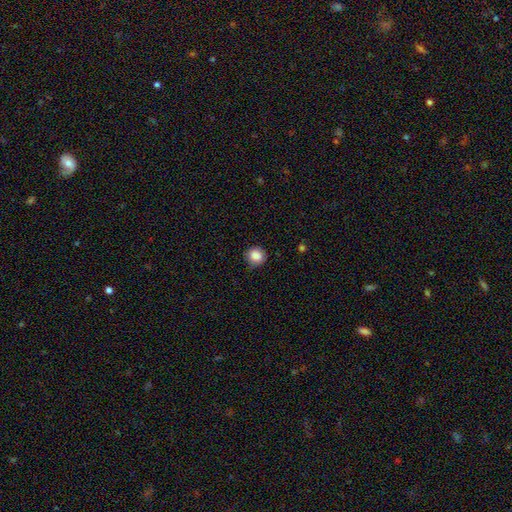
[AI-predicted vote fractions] Smooth or featured? smooth (86%)
How rounded? round (87%)
Merging? none (83%)